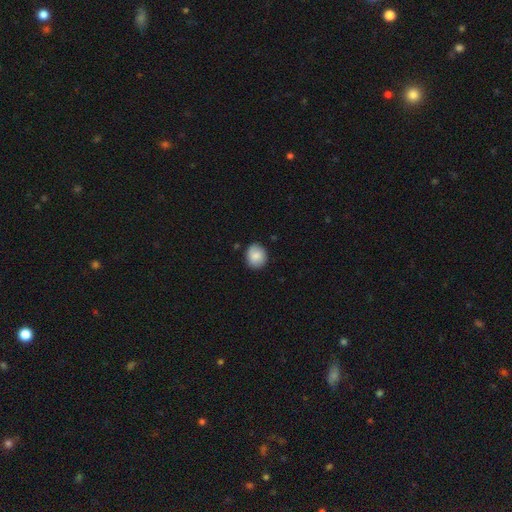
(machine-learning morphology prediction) This is clearly a smooth galaxy (82%). How rounded: likely round (73%). Merging: clearly none (84%).